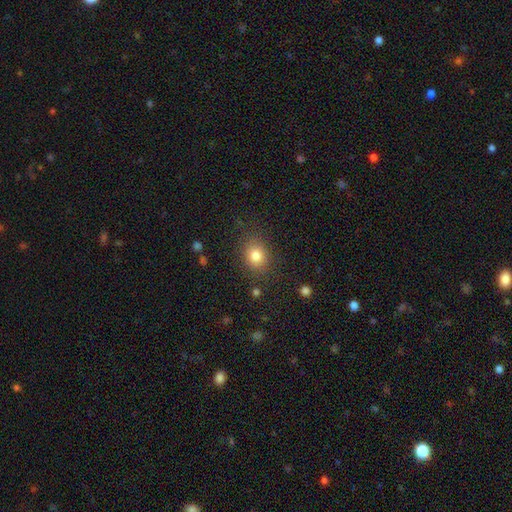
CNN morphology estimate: Overall: smooth (81%). How rounded: round (60%; in between 39%). Merging: none (83%).